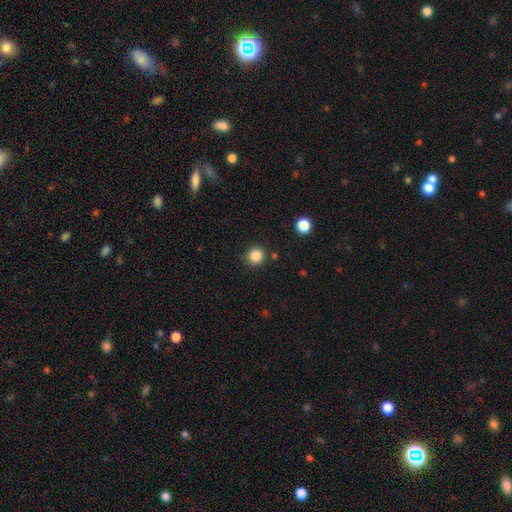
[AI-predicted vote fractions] Q: Smooth or featured?
A: smooth (85%); runner-up: star or artifact (11%)
Q: How rounded?
A: round (90%); runner-up: in between (9%)
Q: Merging?
A: none (86%); runner-up: minor disturbance (9%)